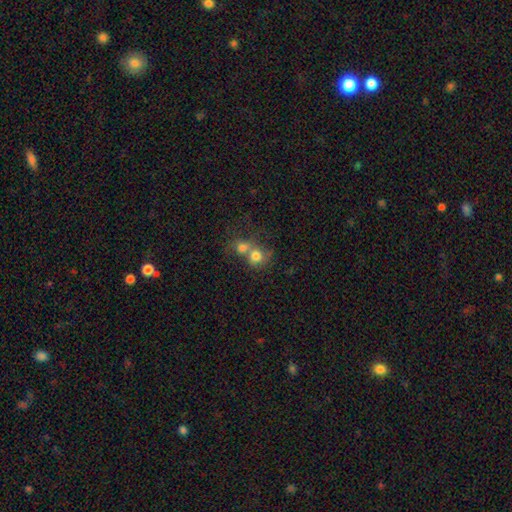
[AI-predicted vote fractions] Smooth or featured? smooth (75%)
How rounded? round (77%)
Merging? merger (64%)